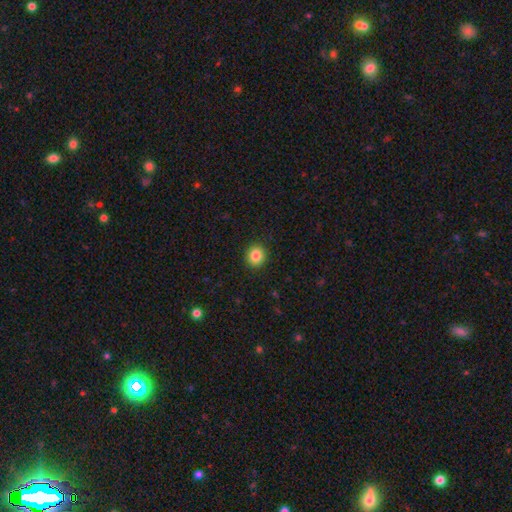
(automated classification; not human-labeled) This appears to be a smooth galaxy with no disk features (85%) that is round (84%). Merging: none (92%).